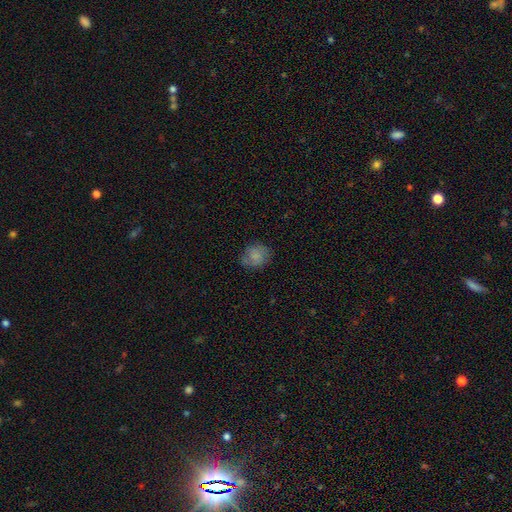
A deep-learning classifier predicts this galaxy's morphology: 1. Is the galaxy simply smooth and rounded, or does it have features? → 72% smooth, 19% featured or disk, 9% star or artifact.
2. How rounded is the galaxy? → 70% round, 29% in between, 1% cigar-shaped.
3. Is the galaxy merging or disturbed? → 77% none, 17% minor disturbance, 5% major disturbance, 1% merger.